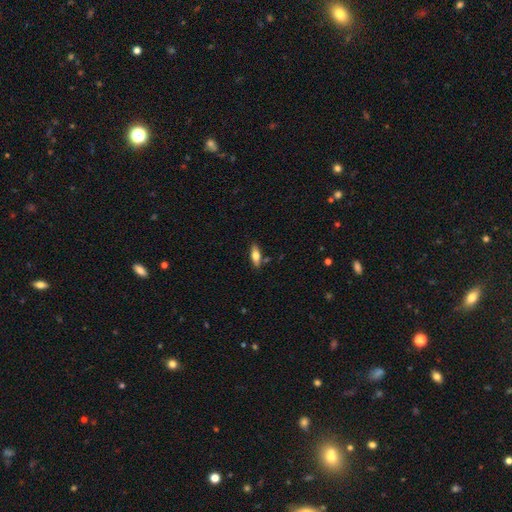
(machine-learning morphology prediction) A smooth galaxy with no disk features (65%) that is in between round and cigar-shaped (66%). Merging: none (81%).